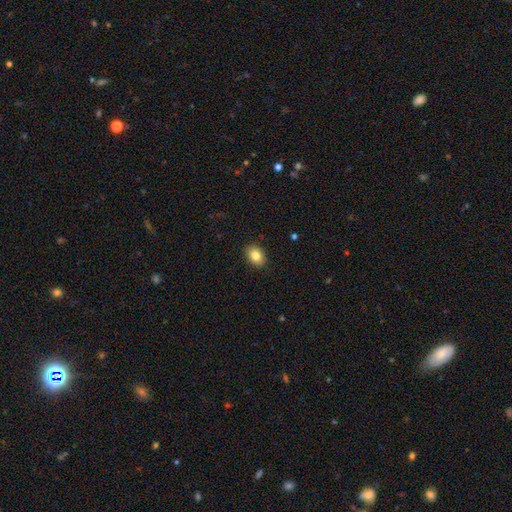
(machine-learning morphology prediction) This appears to be a smooth galaxy with no disk features (83%) that is in between round and cigar-shaped (71%). Merging: none (89%).